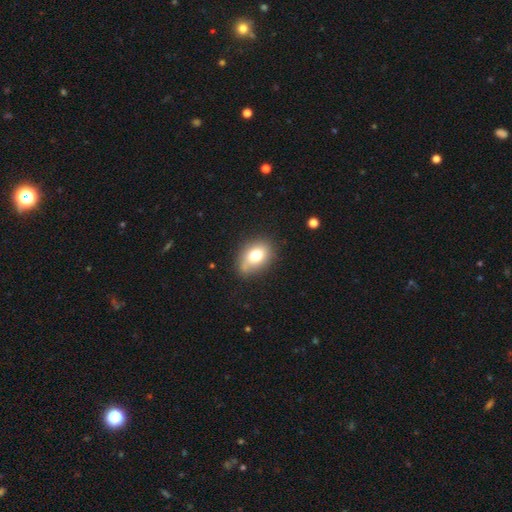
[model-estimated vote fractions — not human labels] Smooth or featured? Predicted: smooth (p=0.72). How rounded? Predicted: in between (p=0.74). Merging? Predicted: none (p=0.69).